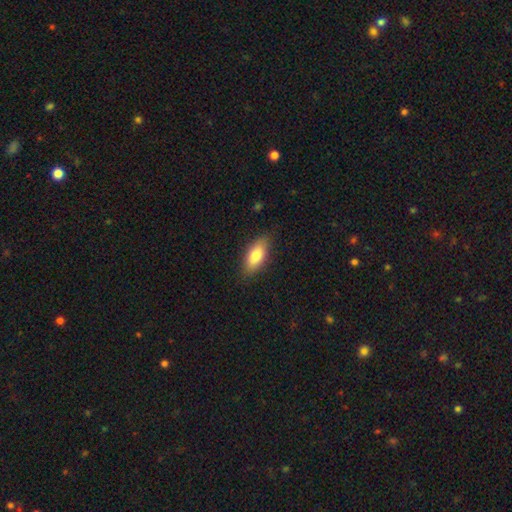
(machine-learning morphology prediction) This is likely a smooth galaxy (80%). How rounded: clearly in between (81%). Merging: clearly none (84%).